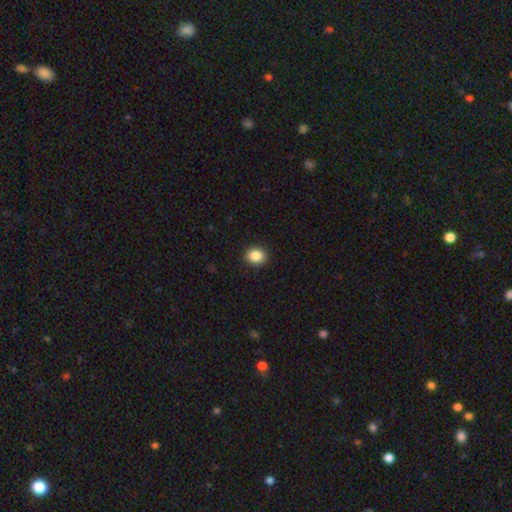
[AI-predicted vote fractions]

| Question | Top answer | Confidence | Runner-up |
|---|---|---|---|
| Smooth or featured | smooth | 88% | star or artifact (9%) |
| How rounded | round | 65% | in between (34%) |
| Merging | none | 91% | minor disturbance (6%) |